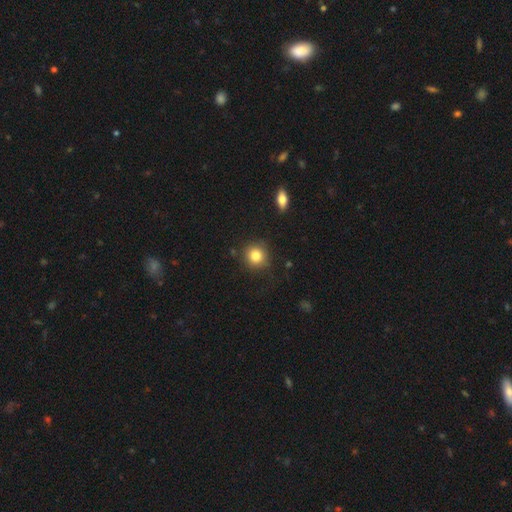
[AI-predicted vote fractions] smooth-or-featured: smooth: 83% | star or artifact: 10% | featured or disk: 7%
  how-rounded: round: 90% | in between: 9% | cigar-shaped: 1%
  merging: none: 83% | minor disturbance: 11% | major disturbance: 3% | merger: 2%